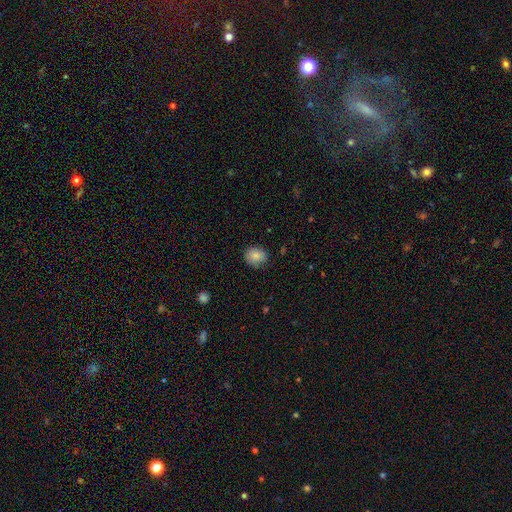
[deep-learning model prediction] Q: Smooth or featured?
A: smooth (84%); runner-up: star or artifact (9%)
Q: How rounded?
A: round (68%); runner-up: in between (32%)
Q: Merging?
A: none (79%); runner-up: minor disturbance (17%)